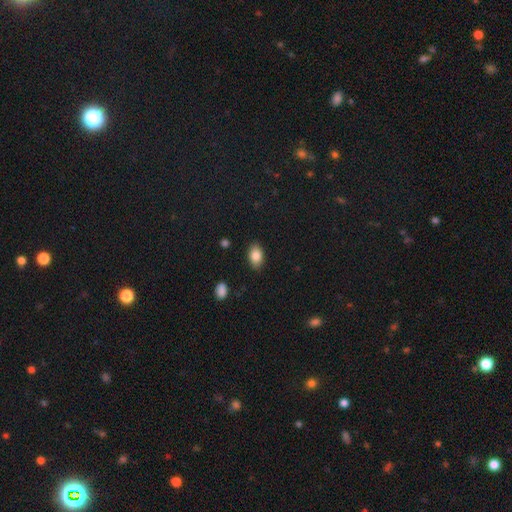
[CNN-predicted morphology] Overall: smooth (85%). How rounded: in between (88%). Merging: none (86%).